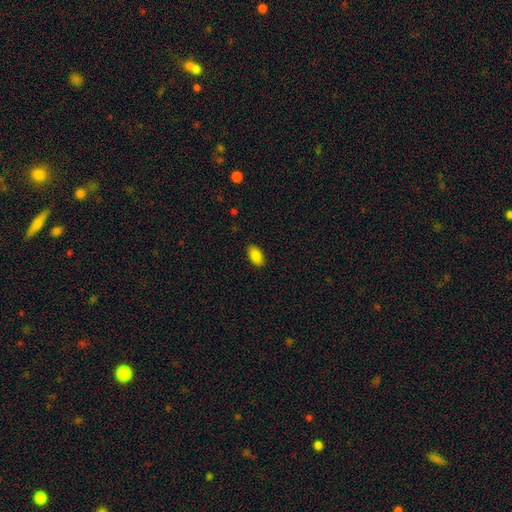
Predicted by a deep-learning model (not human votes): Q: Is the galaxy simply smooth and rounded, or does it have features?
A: smooth — 88%.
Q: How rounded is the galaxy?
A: in between — 93%.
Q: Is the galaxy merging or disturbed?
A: none — 88%.